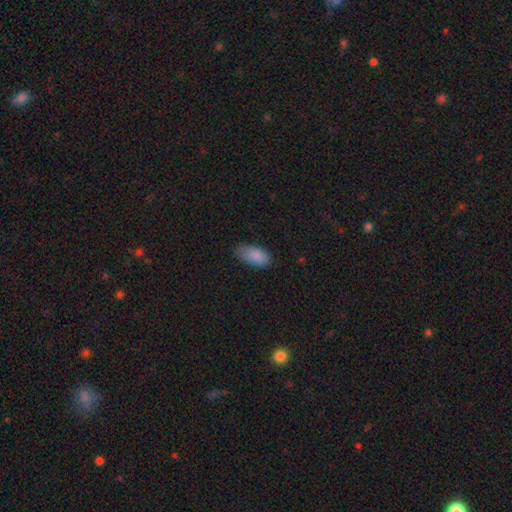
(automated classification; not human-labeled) This appears to be a smooth galaxy with no disk features (88%) that is in between round and cigar-shaped (93%). Merging: none (72%).